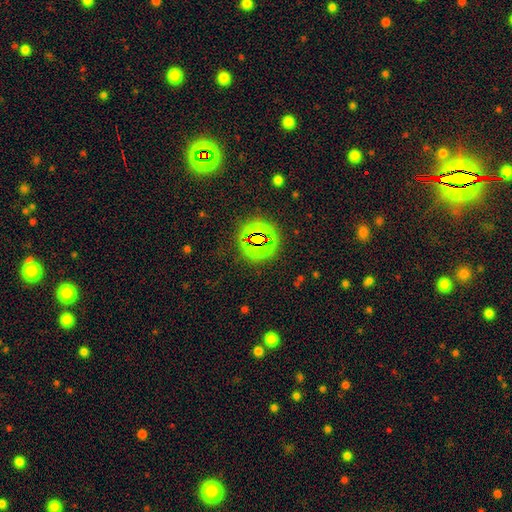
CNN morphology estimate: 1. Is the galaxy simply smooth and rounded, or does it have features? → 72% star or artifact, 16% smooth, 11% featured or disk.